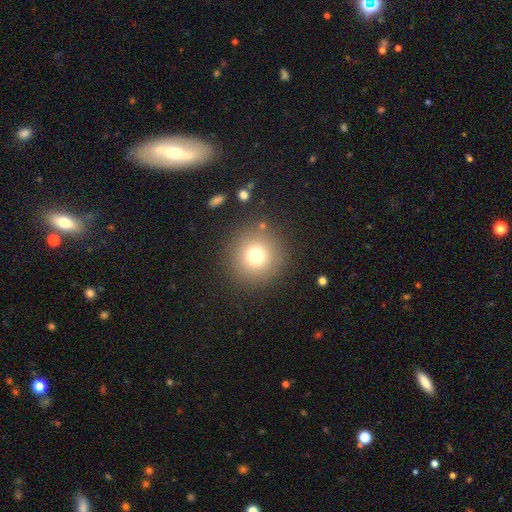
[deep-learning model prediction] The model was most divided on "smooth or featured": smooth: 74%, star or artifact: 15%, featured or disk: 11%. More confident: how rounded — round (95%); merging — none (87%).